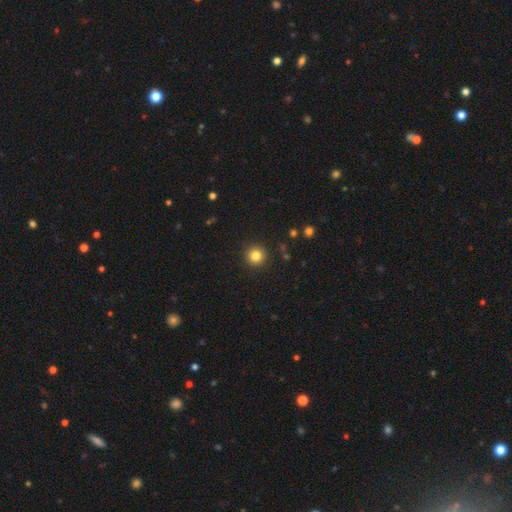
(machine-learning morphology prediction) Smooth or featured? Predicted: smooth (p=0.82). How rounded? Predicted: round (p=0.95). Merging? Predicted: none (p=0.92).